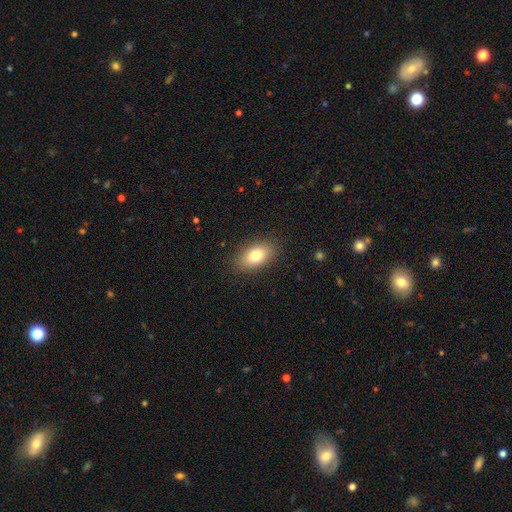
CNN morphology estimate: smooth-or-featured: smooth: 79% | featured or disk: 13% | star or artifact: 8%
  how-rounded: in between: 90% | round: 7% | cigar-shaped: 3%
  merging: none: 86% | minor disturbance: 10% | major disturbance: 3% | merger: 1%